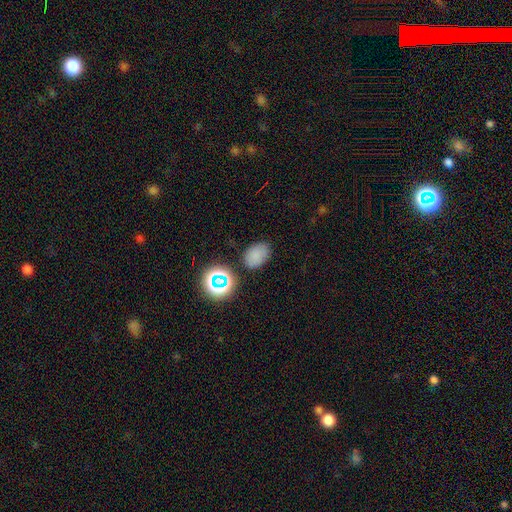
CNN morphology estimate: The model was most divided on "how rounded": in between: 79%, round: 20%, cigar-shaped: 1%. More confident: merging — none (78%); smooth or featured — smooth (77%).